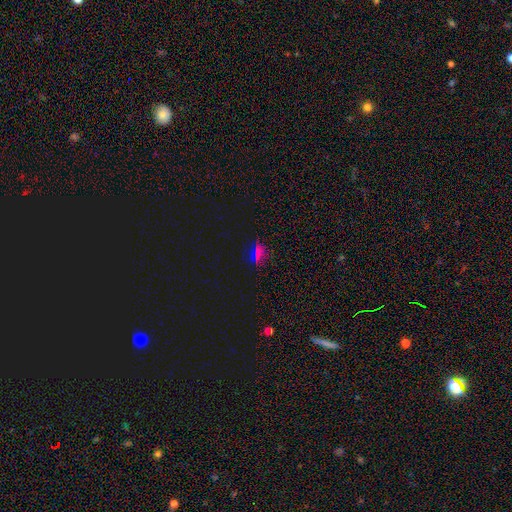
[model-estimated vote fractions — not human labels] A star or artifact, not a galaxy (49%).